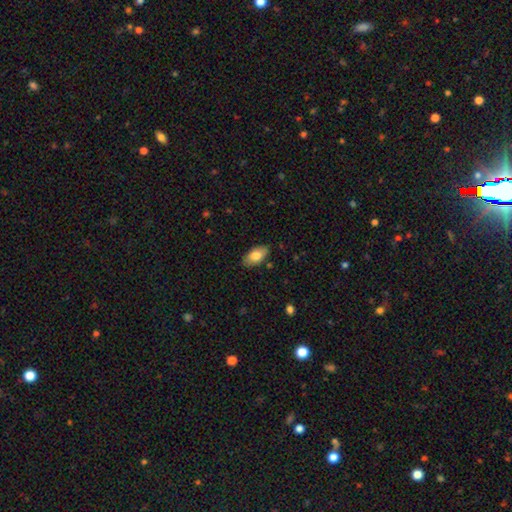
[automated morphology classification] Smooth or featured?
  - smooth: 80% *
  - featured or disk: 14%
  - star or artifact: 7%
How rounded?
  - in between: 93% *
  - cigar-shaped: 4%
  - round: 3%
Merging?
  - none: 85% *
  - minor disturbance: 12%
  - major disturbance: 2%
  - merger: 1%